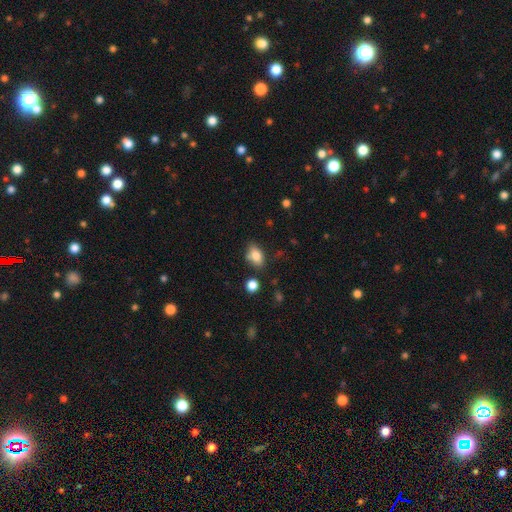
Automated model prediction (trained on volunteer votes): smooth_or_featured: smooth (p=0.82) [alt: featured or disk p=0.09]
how_rounded: in between (p=0.86) [alt: round p=0.12]
merging: none (p=0.68) [alt: minor disturbance p=0.21]